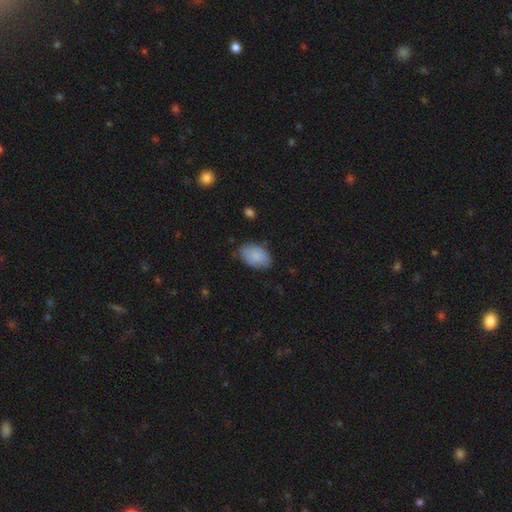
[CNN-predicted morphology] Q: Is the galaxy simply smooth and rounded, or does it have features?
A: smooth — 83%.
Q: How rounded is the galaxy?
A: in between — 92%.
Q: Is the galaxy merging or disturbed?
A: none — 74%.